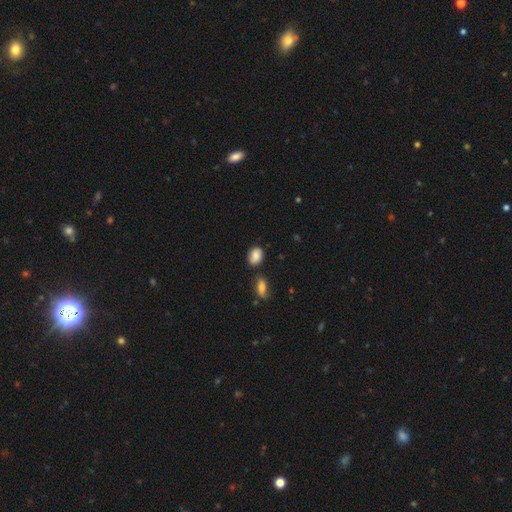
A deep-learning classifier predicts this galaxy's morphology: Overall: smooth (83%). How rounded: in between (68%; round 30%). Merging: none (65%).